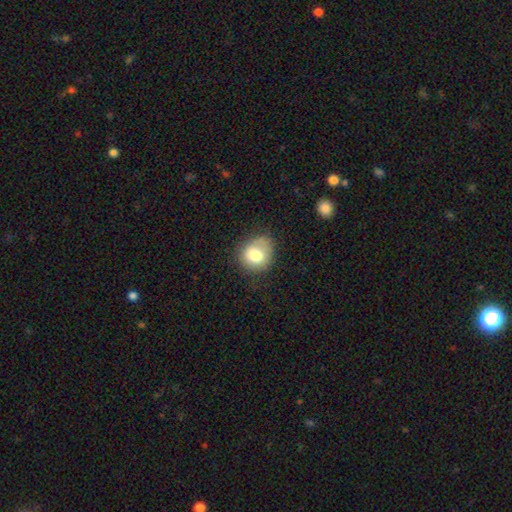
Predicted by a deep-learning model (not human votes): Q: Smooth or featured?
A: smooth (77%); runner-up: featured or disk (14%)
Q: How rounded?
A: round (69%); runner-up: in between (31%)
Q: Merging?
A: none (54%); runner-up: minor disturbance (30%)